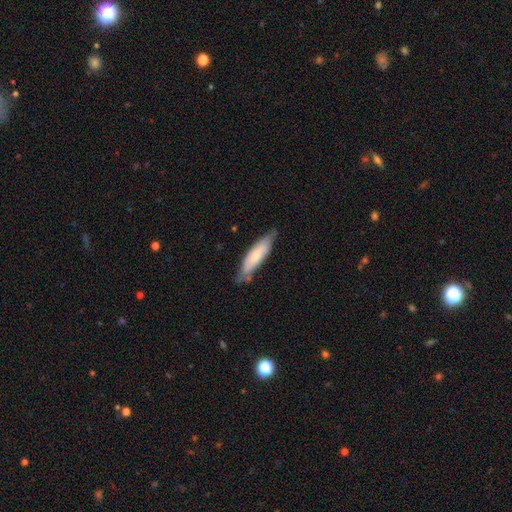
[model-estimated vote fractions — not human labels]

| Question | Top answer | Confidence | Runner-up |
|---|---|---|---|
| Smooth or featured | smooth | 61% | featured or disk (33%) |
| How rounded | cigar-shaped | 66% | in between (33%) |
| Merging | none | 70% | minor disturbance (23%) |